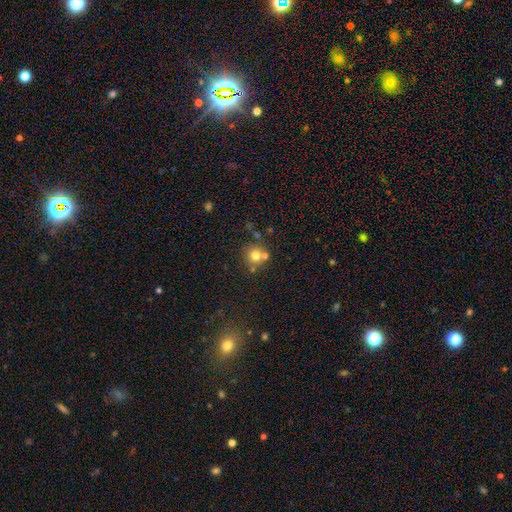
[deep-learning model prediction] Smooth or featured?
  - smooth: 72% *
  - star or artifact: 15%
  - featured or disk: 13%
How rounded?
  - round: 91% *
  - in between: 8%
  - cigar-shaped: 1%
Merging?
  - none: 62% *
  - merger: 25%
  - minor disturbance: 9%
  - major disturbance: 4%